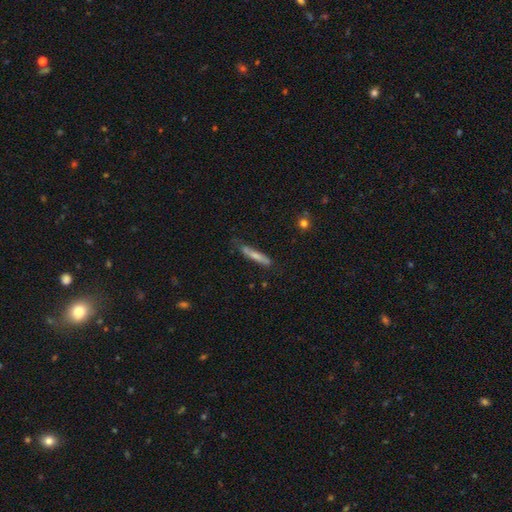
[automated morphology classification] Overall: smooth (63%; featured or disk 31%). How rounded: cigar-shaped (91%). Merging: none (68%).